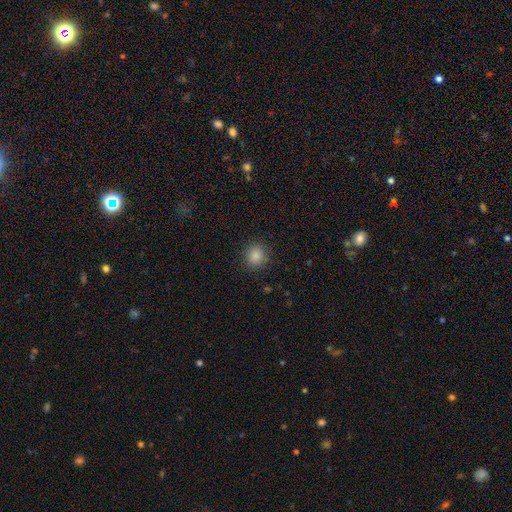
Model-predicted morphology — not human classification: Smooth or featured?
  - smooth: 86% *
  - star or artifact: 11%
  - featured or disk: 4%
How rounded?
  - round: 87% *
  - in between: 12%
  - cigar-shaped: 1%
Merging?
  - none: 89% *
  - minor disturbance: 7%
  - major disturbance: 3%
  - merger: 1%